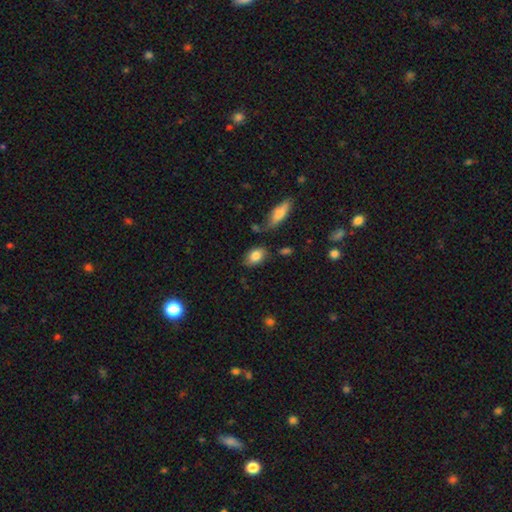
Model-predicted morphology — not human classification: A smooth galaxy with no disk features (82%) that is in between round and cigar-shaped (83%).

Vote fractions:
- Smooth or featured? smooth: 82% / featured or disk: 10% / star or artifact: 7%
- How rounded? in between: 83% / round: 15% / cigar-shaped: 2%
- Merging? none: 72% / minor disturbance: 18% / merger: 6% / major disturbance: 4%